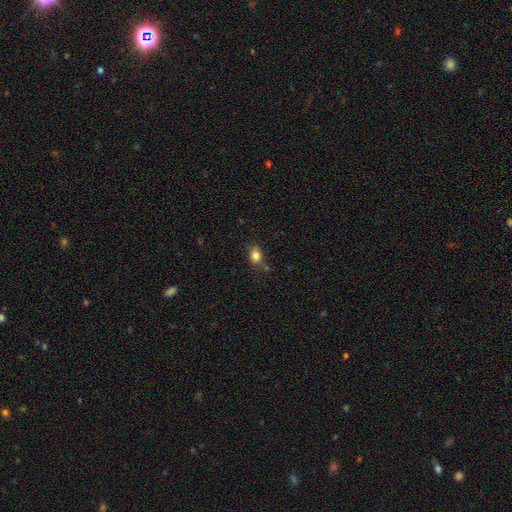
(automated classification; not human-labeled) Smooth or featured: smooth — 83% (star or artifact — 11%)
How rounded: in between — 60% (round — 39%)
Merging: none — 70% (minor disturbance — 18%)